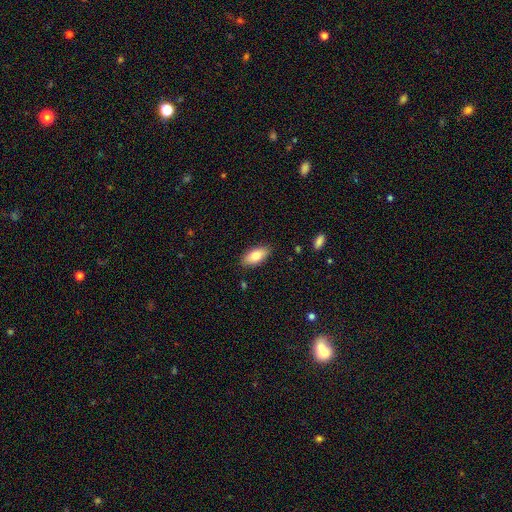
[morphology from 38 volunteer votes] A smooth galaxy with no disk features (79%) that is in between round and cigar-shaped (93%). Merging: none (89%).